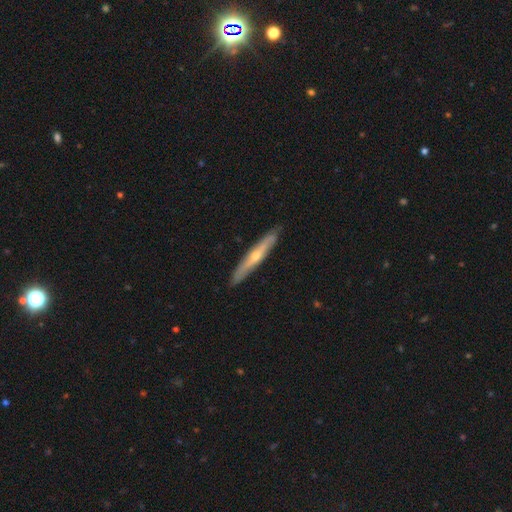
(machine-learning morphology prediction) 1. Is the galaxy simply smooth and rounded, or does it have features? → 64% featured or disk, 30% smooth, 6% star or artifact.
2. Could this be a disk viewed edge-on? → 89% yes, 11% no.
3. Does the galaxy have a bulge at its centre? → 79% rounded, 19% none, 2% boxy.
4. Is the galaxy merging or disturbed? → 89% none, 9% minor disturbance, 2% major disturbance, 1% merger.